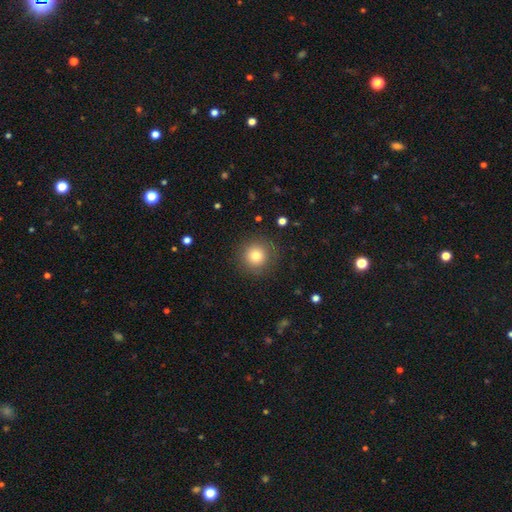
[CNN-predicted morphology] Overall: smooth (79%). How rounded: round (94%). Merging: none (88%).